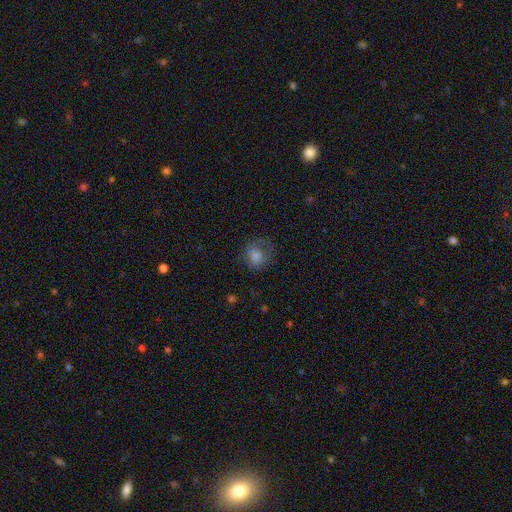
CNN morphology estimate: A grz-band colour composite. It shows a smooth galaxy with no disk features (68%) that is round (67%). Merging: none (58%).